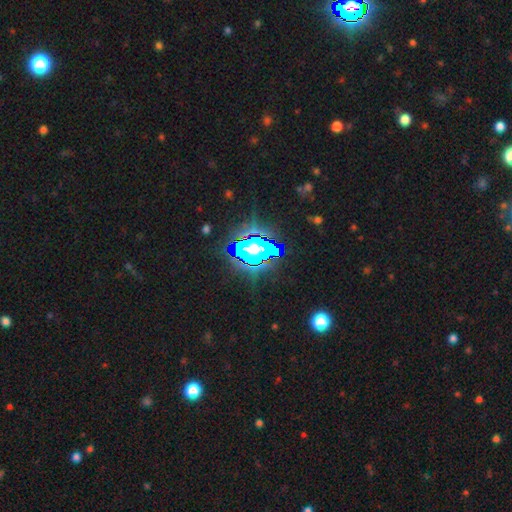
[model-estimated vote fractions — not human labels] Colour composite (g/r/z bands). It shows a star or artifact, not a galaxy (79%).